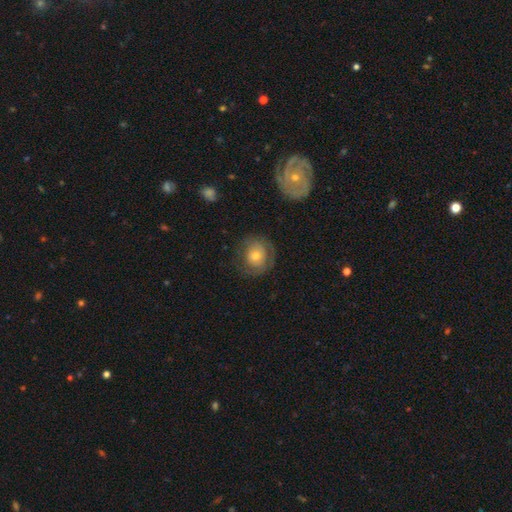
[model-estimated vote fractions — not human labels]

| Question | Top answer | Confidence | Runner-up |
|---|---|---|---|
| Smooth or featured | smooth | 47% | featured or disk (45%) |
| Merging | none | 70% | minor disturbance (17%) |